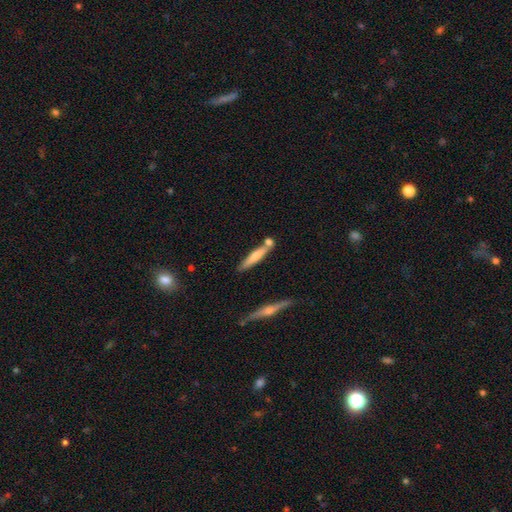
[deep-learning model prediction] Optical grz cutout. It shows a smooth galaxy with no disk features (59%) that is cigar-shaped (88%). Merging: none (67%).